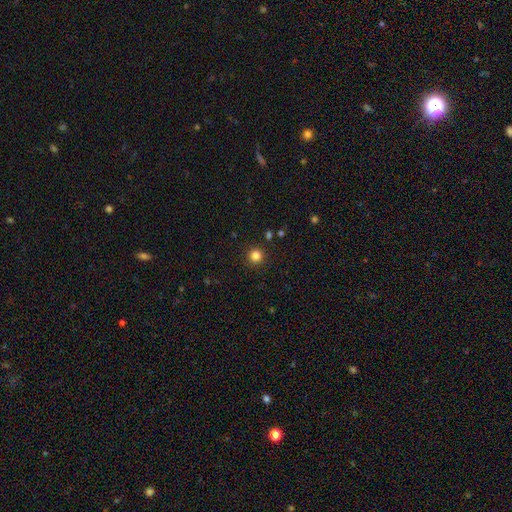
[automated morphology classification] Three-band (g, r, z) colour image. It shows a smooth galaxy with no disk features (83%) that is round (95%). Merging: none (91%).